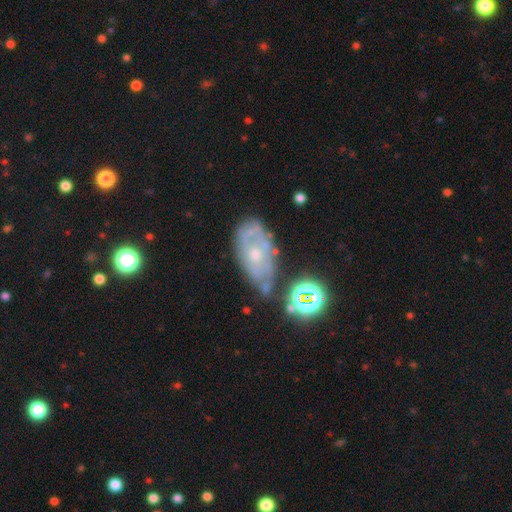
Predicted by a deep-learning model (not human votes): featured or disk 60%, smooth 24%, star or artifact 16%. Down the decision tree: edge-on disk — no (92%); bar — no (80%); spiral arms — yes (57%); bulge size — small (63%); merging — none (56%).